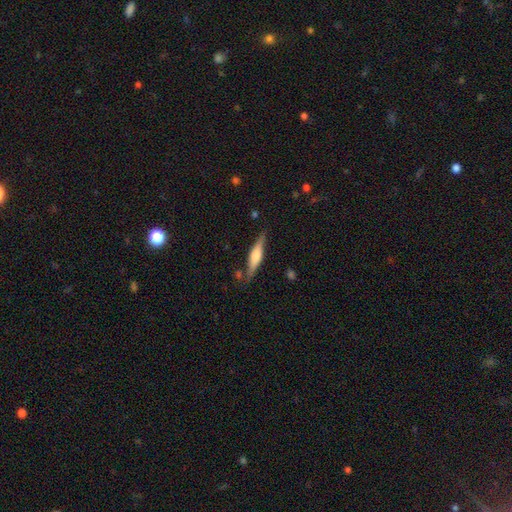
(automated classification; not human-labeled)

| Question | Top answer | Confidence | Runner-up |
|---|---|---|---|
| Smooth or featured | featured or disk | 57% | smooth (37%) |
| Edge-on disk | yes | 96% | no (4%) |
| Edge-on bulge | rounded | 78% | boxy (16%) |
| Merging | none | 82% | minor disturbance (12%) |